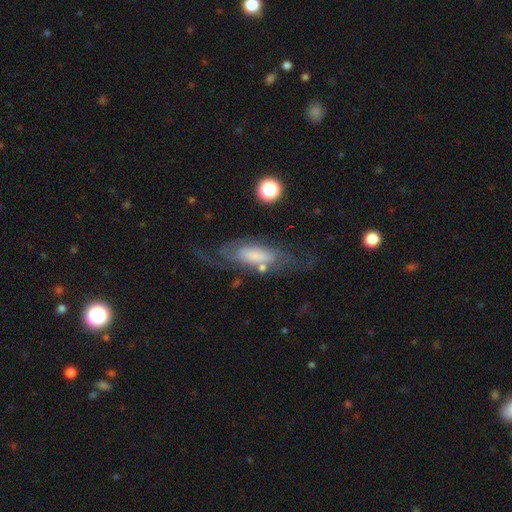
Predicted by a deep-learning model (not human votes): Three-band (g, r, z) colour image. It shows a featured or disk galaxy (67%) with no bar (60%), spiral arms (87%) and no central bulge (30%). Merging: none (60%).